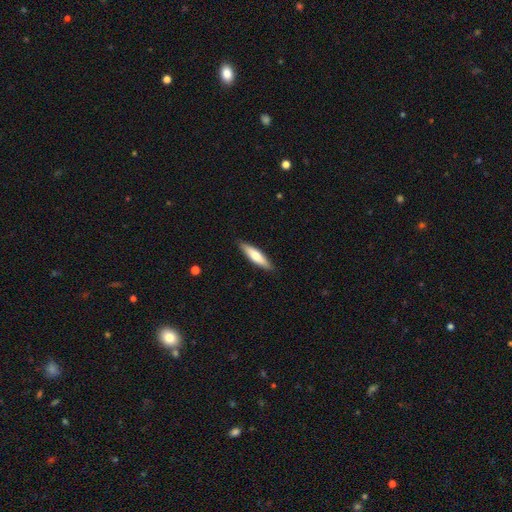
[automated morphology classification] Smooth or featured? smooth (66%)
How rounded? cigar-shaped (72%)
Merging? none (88%)